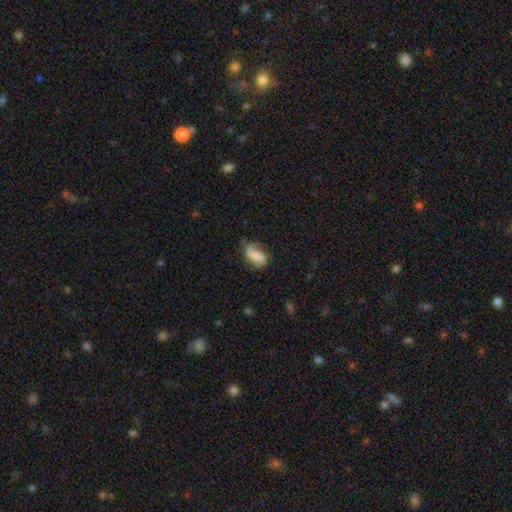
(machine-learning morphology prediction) The model was most divided on "smooth or featured": featured or disk: 51%, smooth: 40%, star or artifact: 8%. More confident: edge-on disk — no (96%); merging — none (55%).